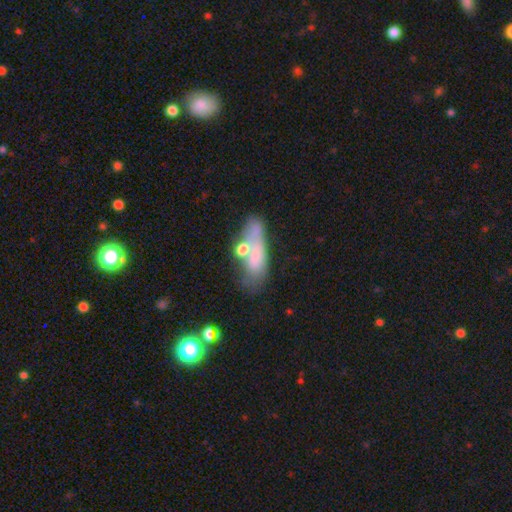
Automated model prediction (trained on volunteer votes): This is likely a smooth galaxy (60%). How rounded: likely in between (66%). Merging: marginally none (35%).